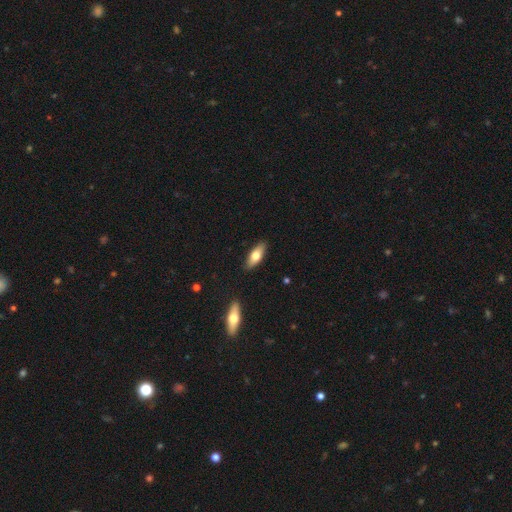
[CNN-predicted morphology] smooth_or_featured: smooth (p=0.67) [alt: featured or disk p=0.27]
how_rounded: in between (p=0.69) [alt: cigar-shaped p=0.29]
merging: none (p=0.88) [alt: minor disturbance p=0.09]